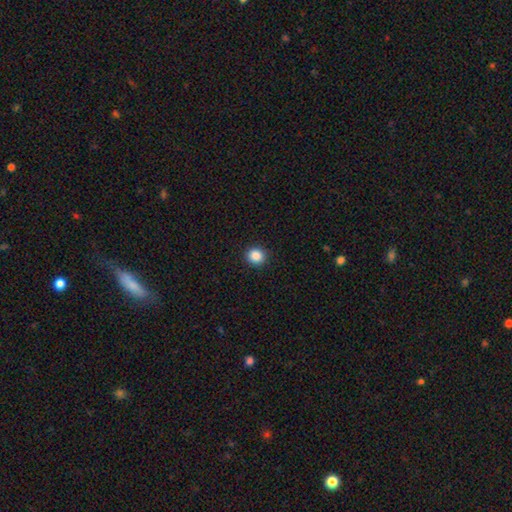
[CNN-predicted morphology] The model was most divided on "how rounded": round: 88%, in between: 12%, cigar-shaped: 1%. More confident: merging — none (92%); smooth or featured — smooth (87%).